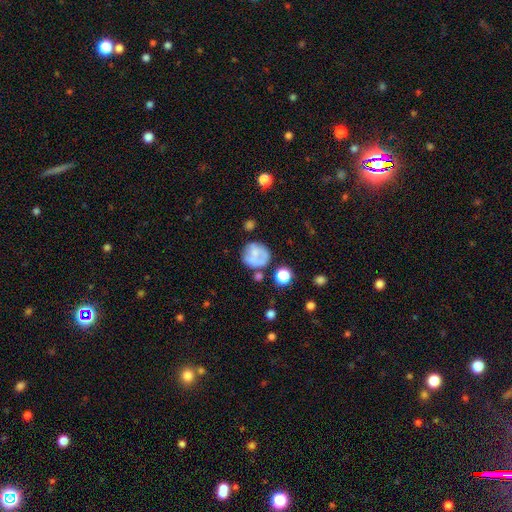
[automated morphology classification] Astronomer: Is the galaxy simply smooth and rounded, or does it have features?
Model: smooth — 55% (runner-up: featured or disk, 35%).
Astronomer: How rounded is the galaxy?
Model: round — 80%.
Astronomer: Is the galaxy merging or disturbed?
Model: none — 51%.